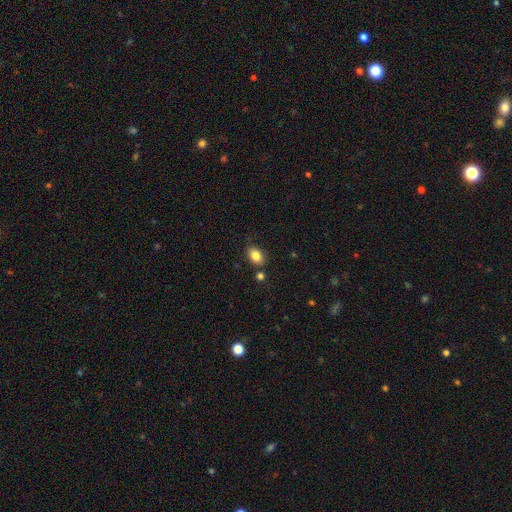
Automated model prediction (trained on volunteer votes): Overall: smooth (84%). How rounded: in between (79%). Merging: none (79%).